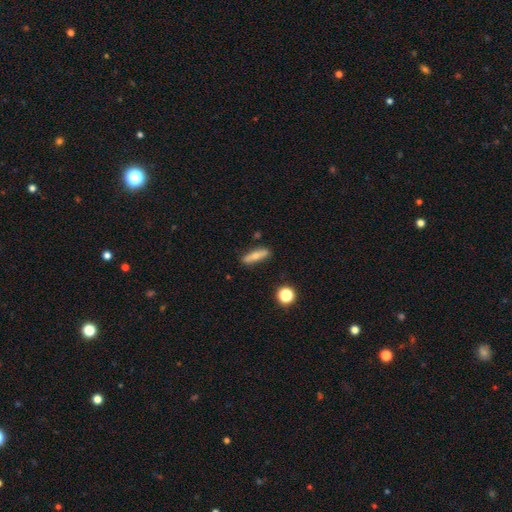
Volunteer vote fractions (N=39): Morphology: type=smooth (77%); roundness=cigar-shaped (87%); merging=none (92%).